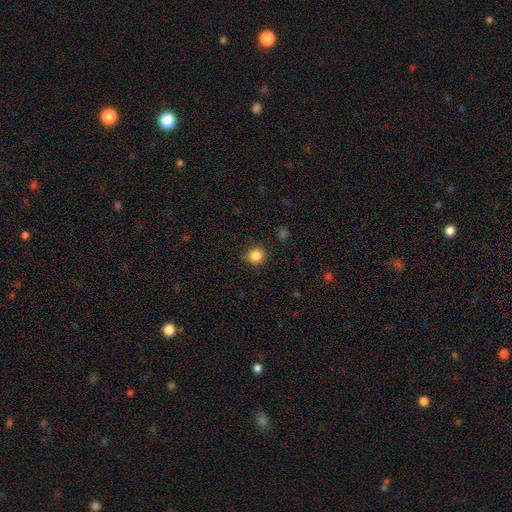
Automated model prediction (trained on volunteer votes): This appears to be a smooth galaxy with no disk features (85%) that is round (92%). Merging: none (88%).